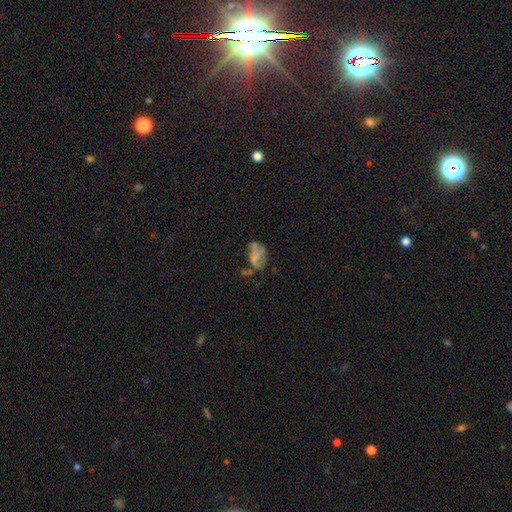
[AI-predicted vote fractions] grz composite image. It shows a smooth galaxy with no disk features (44%). Merging: none (33%).